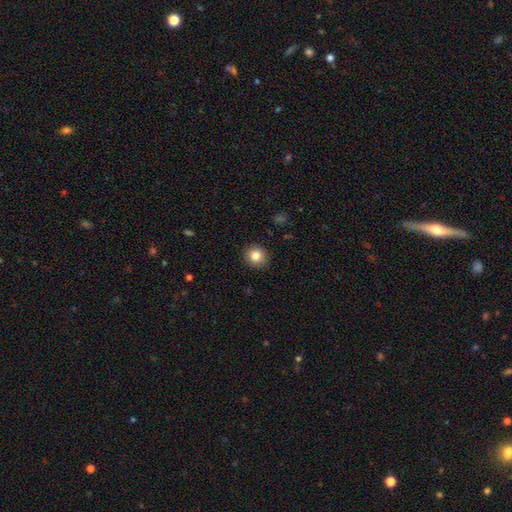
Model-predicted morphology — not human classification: smooth 83%, star or artifact 9%, featured or disk 7%. Down the decision tree: how rounded — round (86%); merging — none (91%).